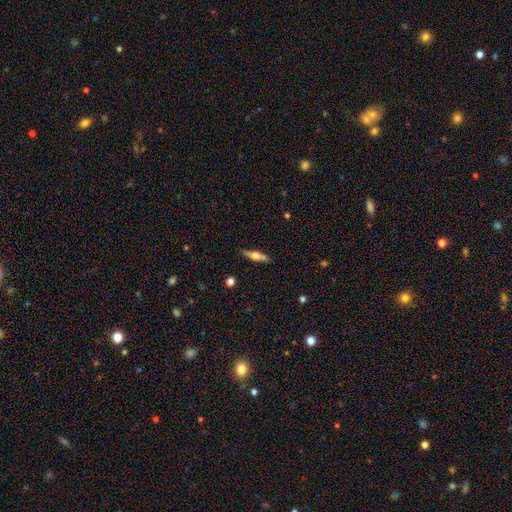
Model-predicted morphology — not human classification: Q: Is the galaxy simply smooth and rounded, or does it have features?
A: featured or disk — 48%.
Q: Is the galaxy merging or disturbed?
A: none — 79%.